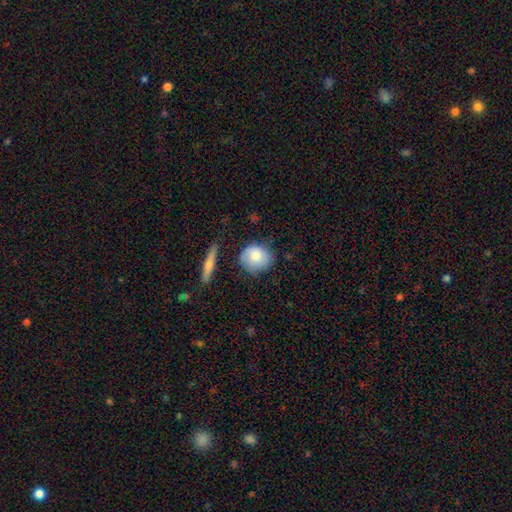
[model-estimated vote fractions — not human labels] Smooth or featured?
  - smooth: 80% *
  - featured or disk: 14%
  - star or artifact: 6%
How rounded?
  - round: 78% *
  - in between: 20%
  - cigar-shaped: 2%
Merging?
  - none: 70% *
  - minor disturbance: 21%
  - major disturbance: 5%
  - merger: 4%